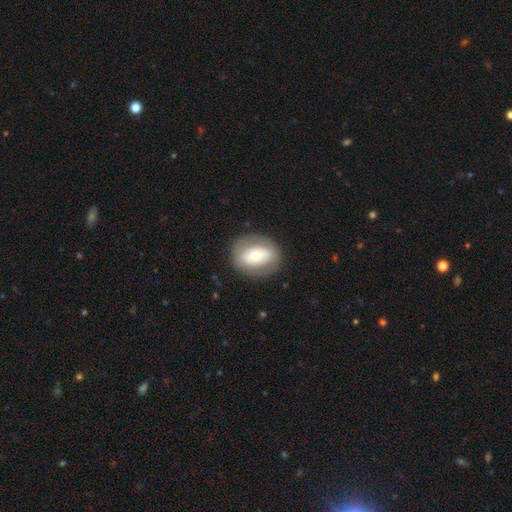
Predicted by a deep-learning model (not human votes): Smooth or featured? Predicted: smooth (p=0.52). How rounded? Predicted: in between (p=0.53). Merging? Predicted: none (p=0.82).